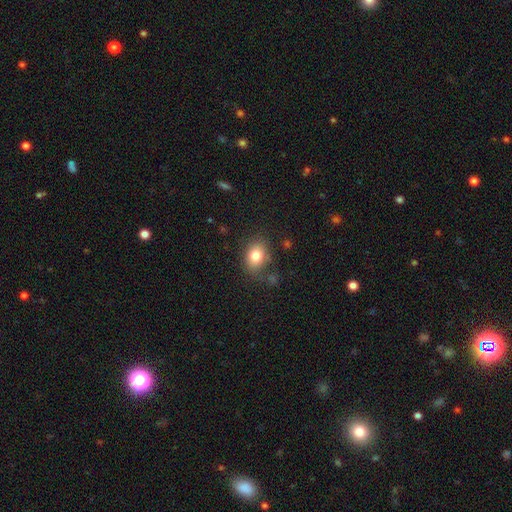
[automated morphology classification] This is likely a smooth galaxy (79%). How rounded: likely in between (61%). Merging: likely none (76%).